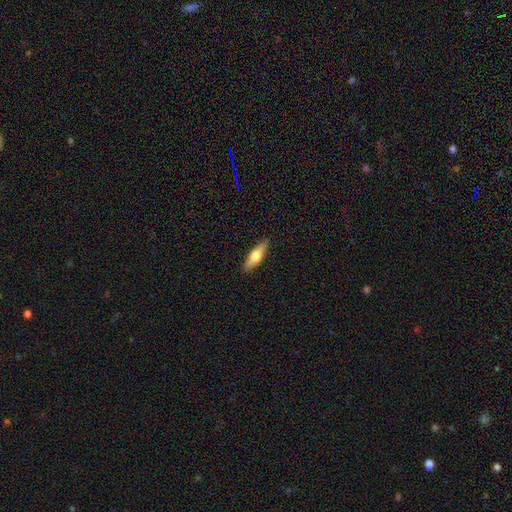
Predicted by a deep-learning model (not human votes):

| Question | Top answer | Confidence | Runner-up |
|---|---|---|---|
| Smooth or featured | smooth | 53% | featured or disk (41%) |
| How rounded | cigar-shaped | 57% | in between (41%) |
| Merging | none | 90% | minor disturbance (8%) |